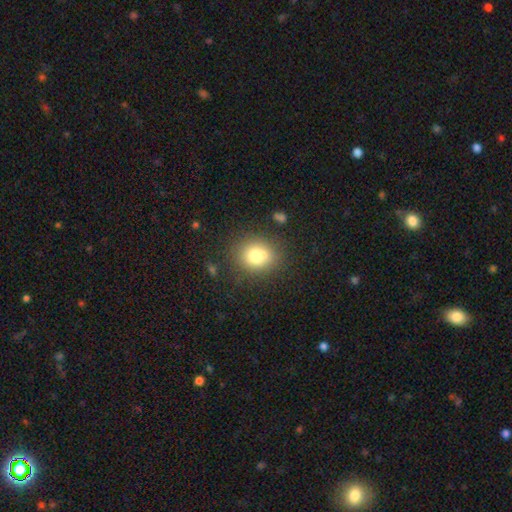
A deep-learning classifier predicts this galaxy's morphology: This appears to be a smooth galaxy with no disk features (71%) that is round (74%). Merging: none (60%).